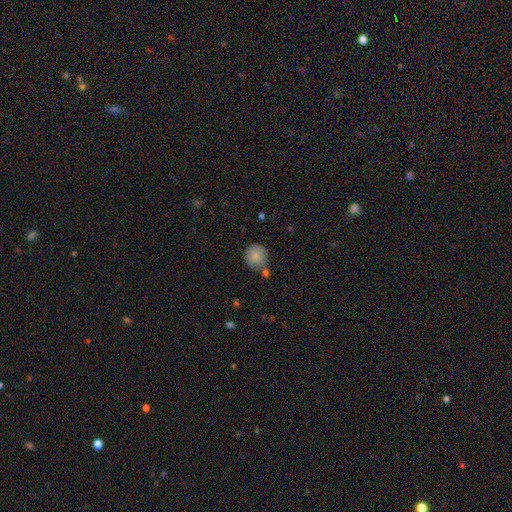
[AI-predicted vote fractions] The model was most divided on "merging": none: 64%, minor disturbance: 18%, merger: 14%, major disturbance: 5%. More confident: how rounded — round (89%); smooth or featured — smooth (84%).